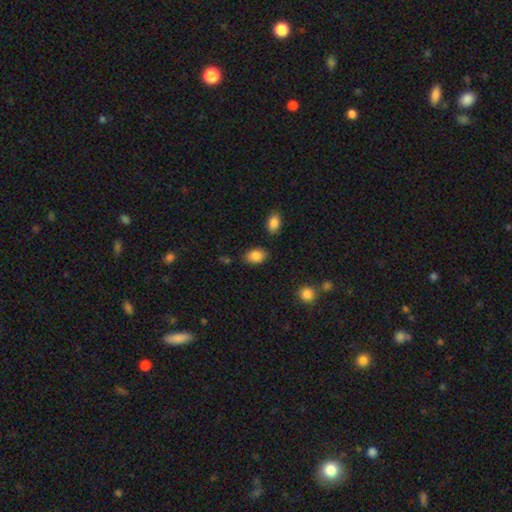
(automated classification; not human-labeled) smooth 87%, star or artifact 8%, featured or disk 5%. Down the decision tree: how rounded — in between (84%); merging — none (81%).